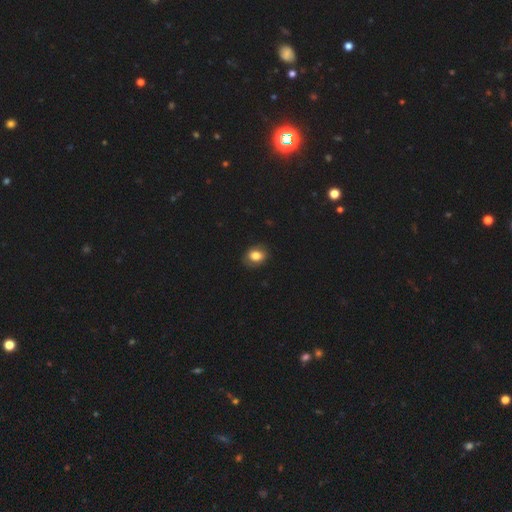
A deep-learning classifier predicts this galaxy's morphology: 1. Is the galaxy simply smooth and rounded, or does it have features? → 80% smooth, 12% featured or disk, 9% star or artifact.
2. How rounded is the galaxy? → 63% in between, 36% round, 1% cigar-shaped.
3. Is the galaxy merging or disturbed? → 83% none, 13% minor disturbance, 3% major disturbance, 1% merger.